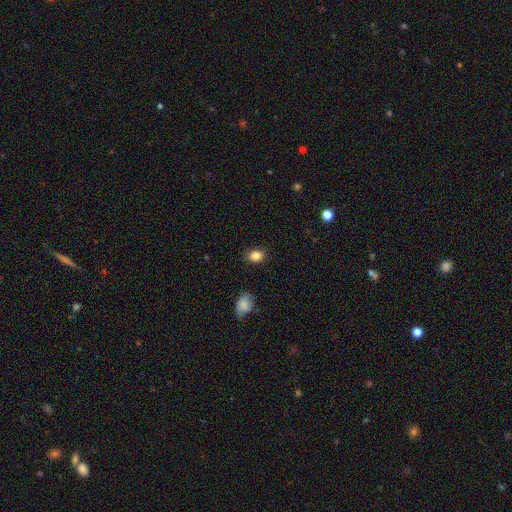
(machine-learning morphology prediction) Smooth or featured? smooth (84%)
How rounded? in between (61%)
Merging? none (85%)